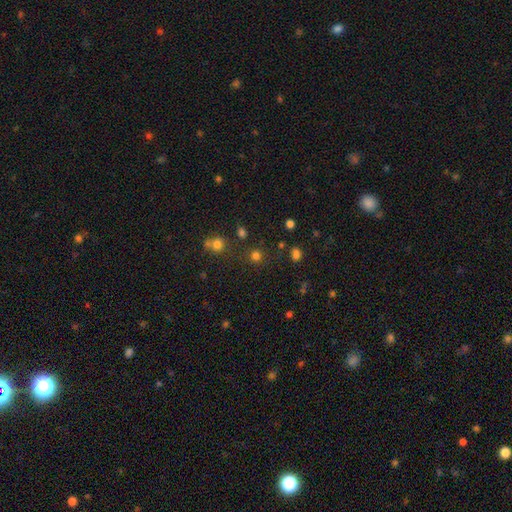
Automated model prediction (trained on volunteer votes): Q: Smooth or featured?
A: smooth (74%); runner-up: star or artifact (21%)
Q: How rounded?
A: round (91%); runner-up: in between (8%)
Q: Merging?
A: none (81%); runner-up: minor disturbance (8%)